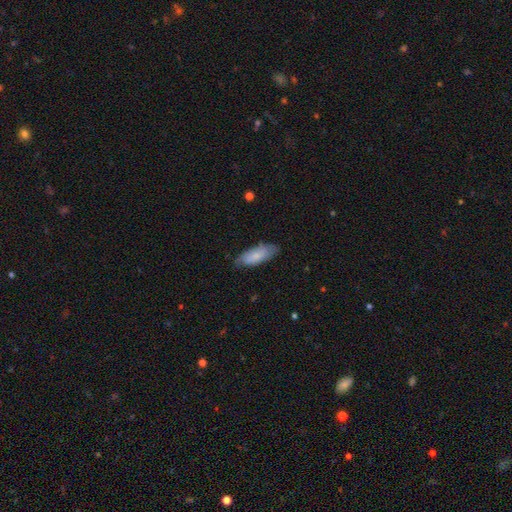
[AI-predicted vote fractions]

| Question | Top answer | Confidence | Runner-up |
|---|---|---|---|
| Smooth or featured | smooth | 76% | featured or disk (19%) |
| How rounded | in between | 72% | cigar-shaped (26%) |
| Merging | none | 73% | minor disturbance (22%) |